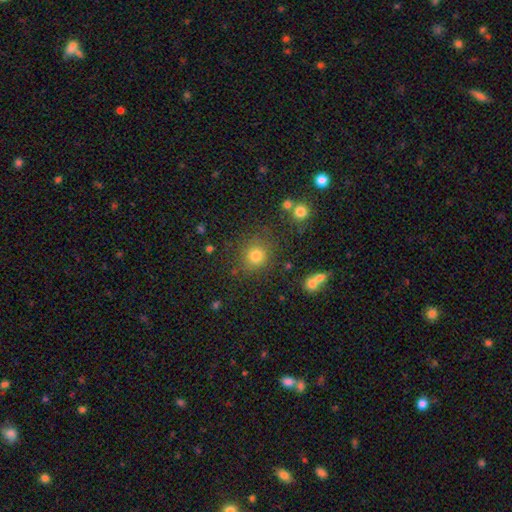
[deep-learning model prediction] Smooth or featured: smooth — 79% (star or artifact — 15%)
How rounded: round — 85% (in between — 14%)
Merging: none — 78% (minor disturbance — 11%)